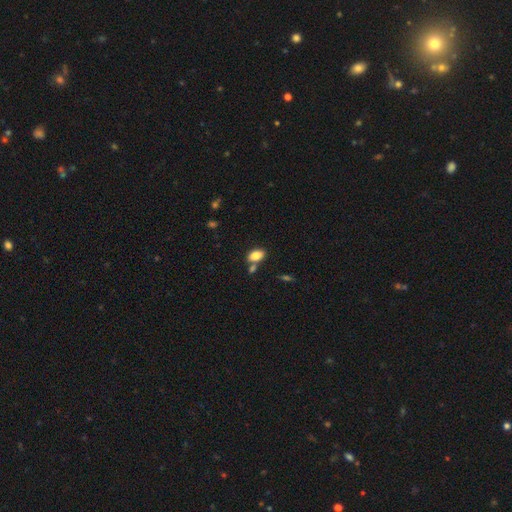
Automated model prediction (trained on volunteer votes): Smooth or featured: smooth — 83% (star or artifact — 8%)
How rounded: in between — 90% (round — 7%)
Merging: none — 68% (merger — 17%)